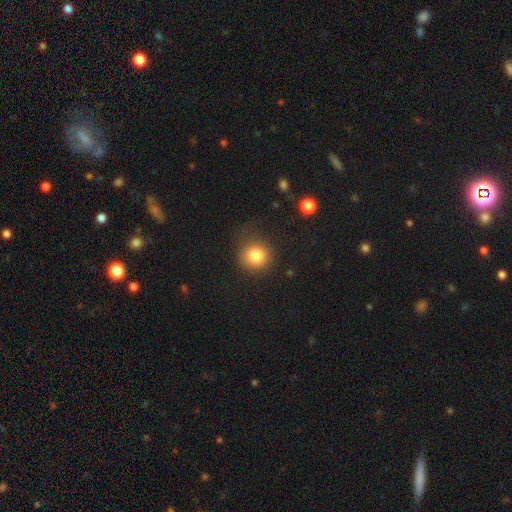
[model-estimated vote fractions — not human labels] The model was most divided on "merging": none: 77%, minor disturbance: 15%, major disturbance: 6%, merger: 2%. More confident: how rounded — round (89%); smooth or featured — smooth (81%).